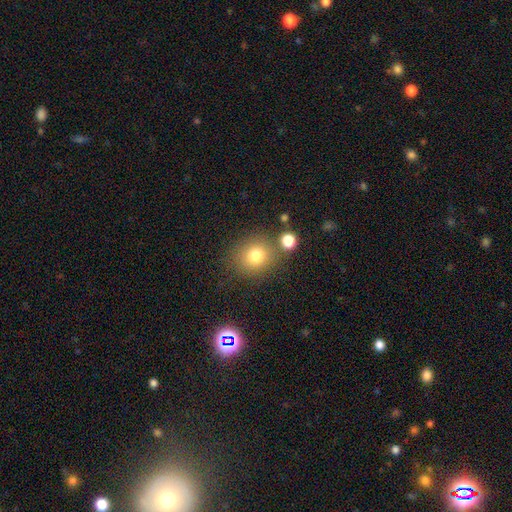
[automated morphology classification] Smooth or featured?
  - smooth: 77% *
  - star or artifact: 14%
  - featured or disk: 9%
How rounded?
  - round: 81% *
  - in between: 18%
  - cigar-shaped: 1%
Merging?
  - none: 76% *
  - minor disturbance: 11%
  - merger: 9%
  - major disturbance: 4%